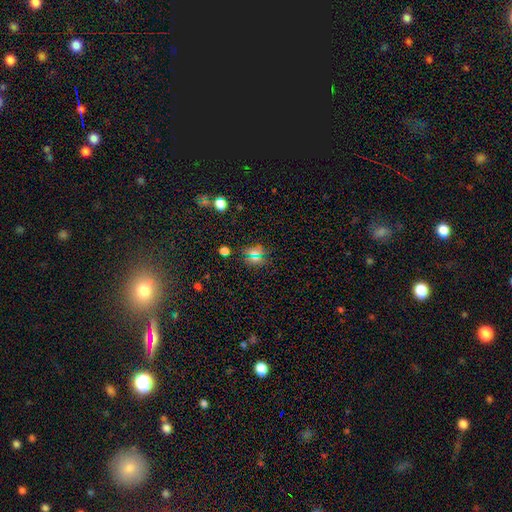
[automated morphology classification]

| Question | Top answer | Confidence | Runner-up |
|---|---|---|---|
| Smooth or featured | smooth | 58% | star or artifact (34%) |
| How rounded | round | 61% | in between (35%) |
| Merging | none | 83% | minor disturbance (10%) |